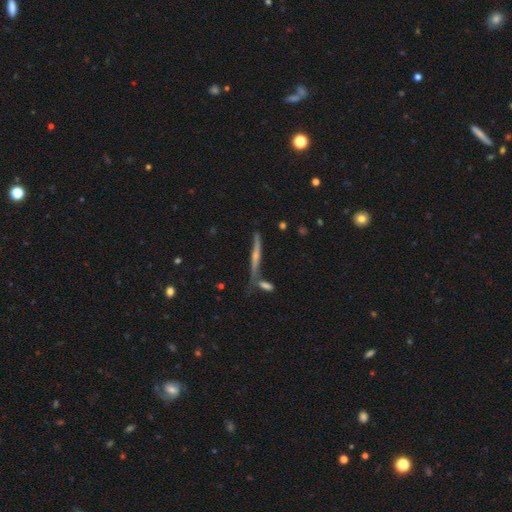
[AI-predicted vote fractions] A featured or disk galaxy (71%) viewed edge-on (96%) with a rounded central bulge (68%). Merging: none (76%).